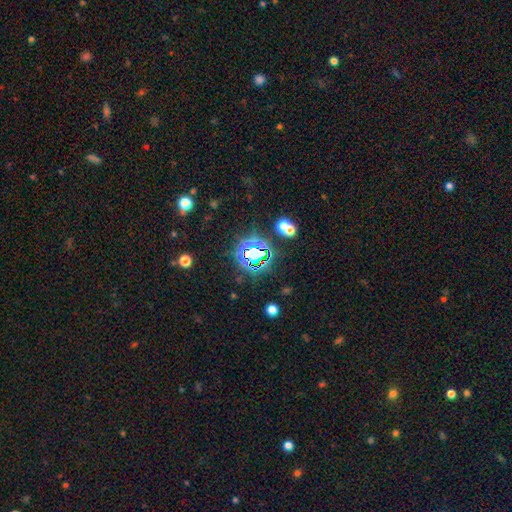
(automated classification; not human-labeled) Smooth or featured: star or artifact — 74% (smooth — 16%)